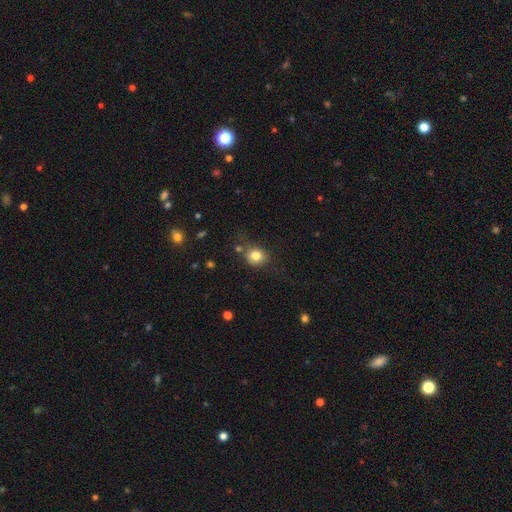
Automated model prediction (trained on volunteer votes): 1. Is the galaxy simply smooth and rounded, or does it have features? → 80% smooth, 11% star or artifact, 9% featured or disk.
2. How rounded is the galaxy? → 72% round, 27% in between, 1% cigar-shaped.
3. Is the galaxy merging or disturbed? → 68% none, 19% minor disturbance, 7% major disturbance, 6% merger.